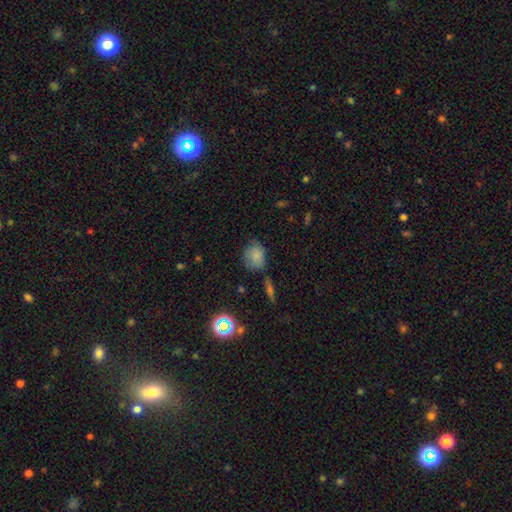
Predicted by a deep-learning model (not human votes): Q: Smooth or featured?
A: smooth (77%); runner-up: star or artifact (12%)
Q: How rounded?
A: in between (50%); runner-up: round (49%)
Q: Merging?
A: none (60%); runner-up: minor disturbance (27%)